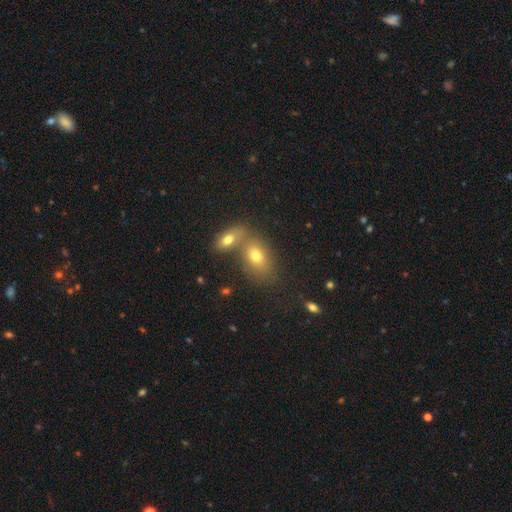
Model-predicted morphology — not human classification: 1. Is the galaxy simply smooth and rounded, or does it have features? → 68% smooth, 19% featured or disk, 13% star or artifact.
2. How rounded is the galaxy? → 80% in between, 17% round, 3% cigar-shaped.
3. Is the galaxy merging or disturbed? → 48% merger, 40% none, 8% minor disturbance, 3% major disturbance.